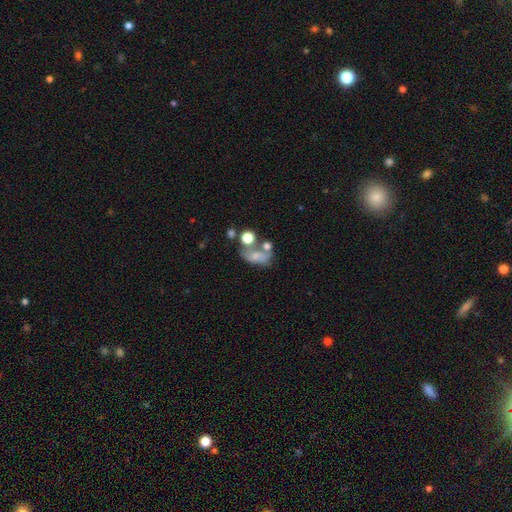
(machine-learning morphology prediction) type=smooth (52%); roundness=in between (73%); merging=merger (38%).